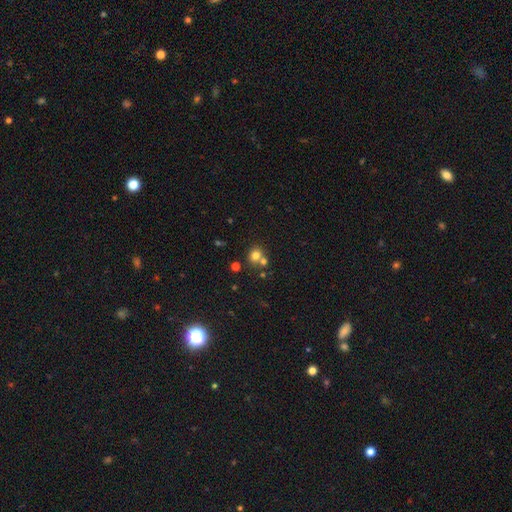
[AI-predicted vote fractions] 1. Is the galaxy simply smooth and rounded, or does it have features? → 74% smooth, 16% star or artifact, 10% featured or disk.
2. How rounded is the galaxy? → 81% round, 18% in between, 1% cigar-shaped.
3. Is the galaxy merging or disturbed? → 56% none, 32% merger, 8% minor disturbance, 3% major disturbance.